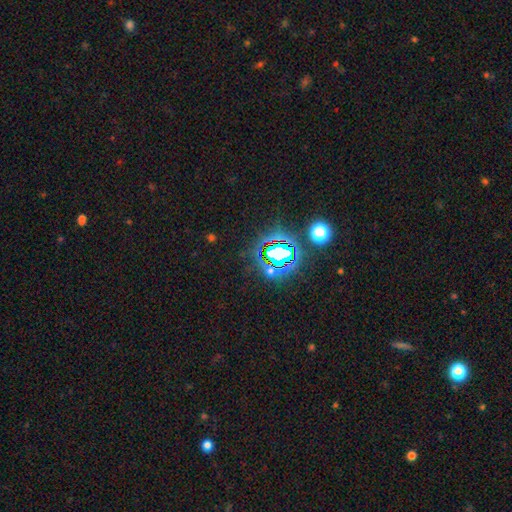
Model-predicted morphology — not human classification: Smooth or featured? star or artifact (80%)